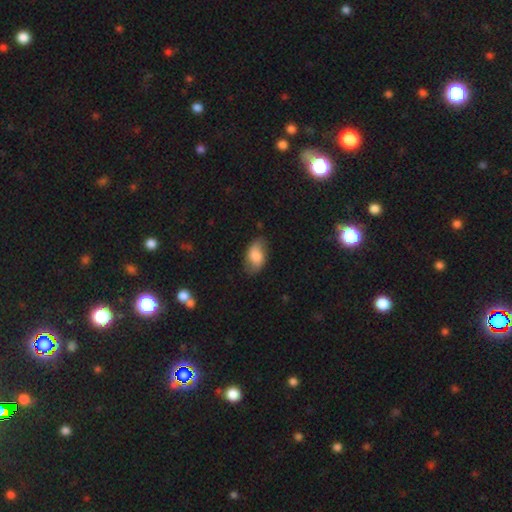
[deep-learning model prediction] A smooth galaxy with no disk features (65%) that is in between round and cigar-shaped (90%).

Vote fractions:
- Smooth or featured? smooth: 65% / featured or disk: 28% / star or artifact: 7%
- How rounded? in between: 90% / round: 8% / cigar-shaped: 2%
- Merging? none: 70% / minor disturbance: 23% / major disturbance: 6% / merger: 2%